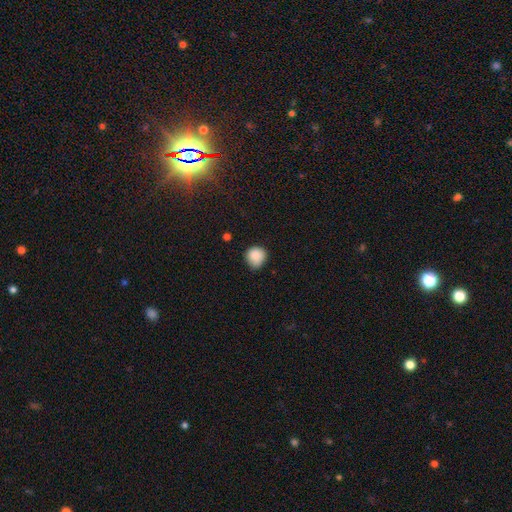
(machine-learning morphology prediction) Smooth or featured?
  - smooth: 87% *
  - star or artifact: 9%
  - featured or disk: 4%
How rounded?
  - round: 86% *
  - in between: 13%
  - cigar-shaped: 1%
Merging?
  - none: 68% *
  - minor disturbance: 26%
  - major disturbance: 4%
  - merger: 2%